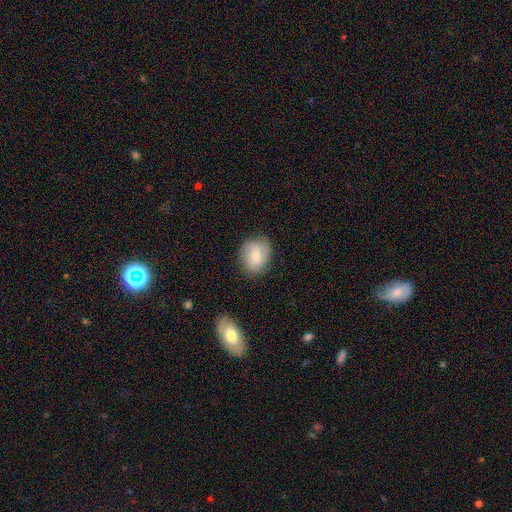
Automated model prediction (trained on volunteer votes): The model was most divided on "how rounded": round: 56%, in between: 43%, cigar-shaped: 1%. More confident: merging — none (78%); smooth or featured — smooth (67%).